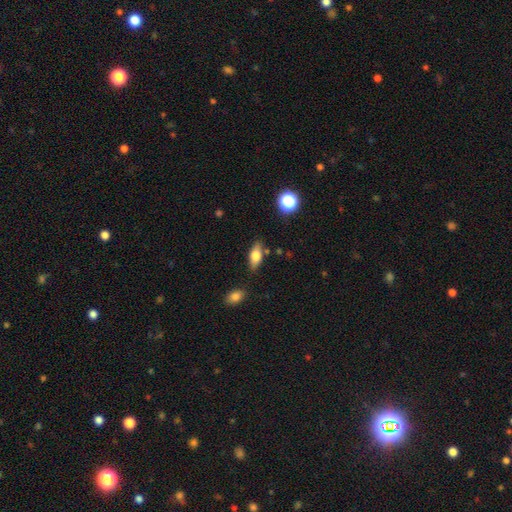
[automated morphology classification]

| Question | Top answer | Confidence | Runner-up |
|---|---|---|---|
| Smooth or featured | smooth | 69% | featured or disk (23%) |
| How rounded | in between | 79% | cigar-shaped (16%) |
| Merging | none | 80% | minor disturbance (13%) |